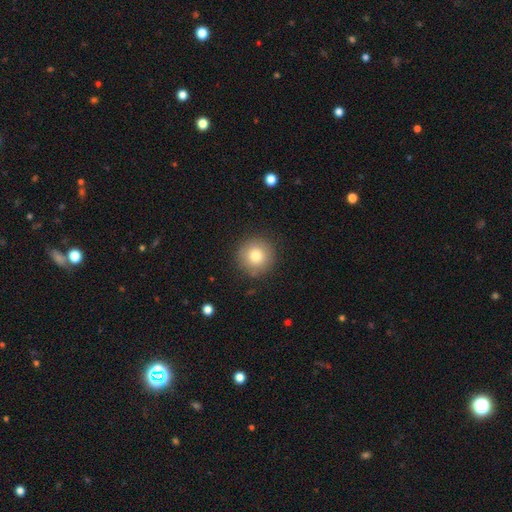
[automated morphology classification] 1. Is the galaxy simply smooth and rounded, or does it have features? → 79% smooth, 11% featured or disk, 10% star or artifact.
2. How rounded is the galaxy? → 95% round, 4% in between, 1% cigar-shaped.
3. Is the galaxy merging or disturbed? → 88% none, 8% minor disturbance, 3% major disturbance, 1% merger.